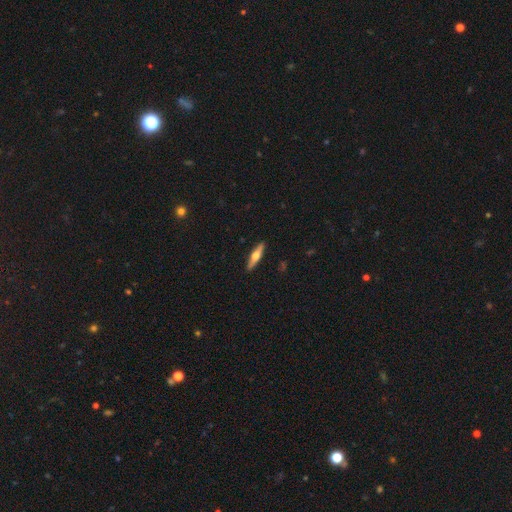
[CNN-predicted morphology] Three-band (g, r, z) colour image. It shows a featured or disk galaxy (56%) viewed edge-on (95%) with a rounded central bulge (94%). Merging: none (91%).